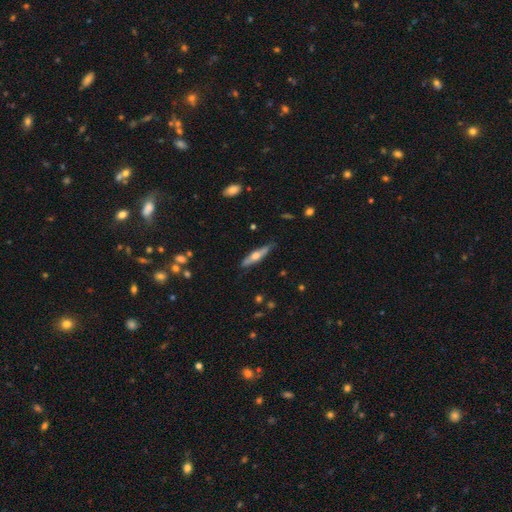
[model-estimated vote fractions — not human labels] This appears to be a featured or disk galaxy (53%) viewed edge-on (91%). Merging: none (83%).